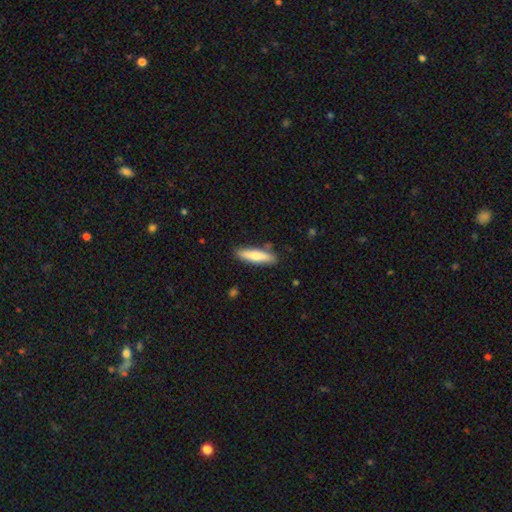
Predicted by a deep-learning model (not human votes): A smooth galaxy with no disk features (70%) that is cigar-shaped (74%). Merging: none (84%).